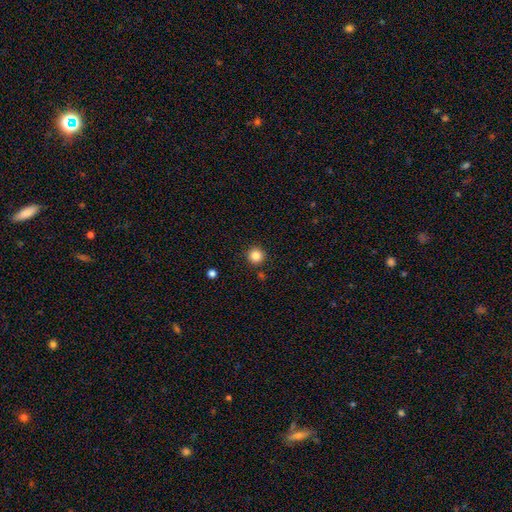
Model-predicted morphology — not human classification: This appears to be a smooth galaxy with no disk features (85%) that is round (95%). Merging: none (90%).